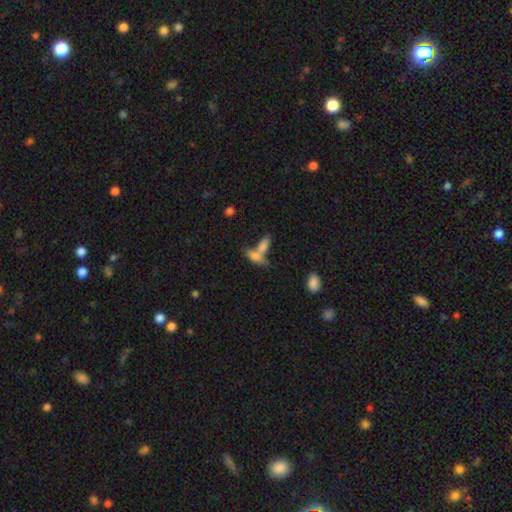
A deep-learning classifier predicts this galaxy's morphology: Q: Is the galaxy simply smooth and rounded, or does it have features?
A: smooth — 68%.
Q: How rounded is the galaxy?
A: in between — 66%.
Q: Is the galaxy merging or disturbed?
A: merger — 56%.